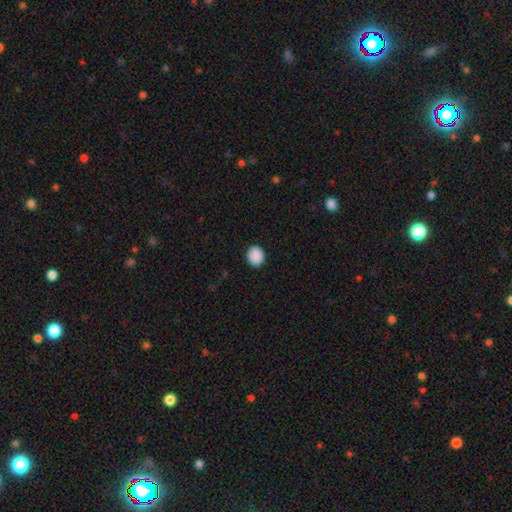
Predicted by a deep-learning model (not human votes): smooth 90%, star or artifact 8%, featured or disk 2%. Down the decision tree: how rounded — round (73%); merging — none (90%).